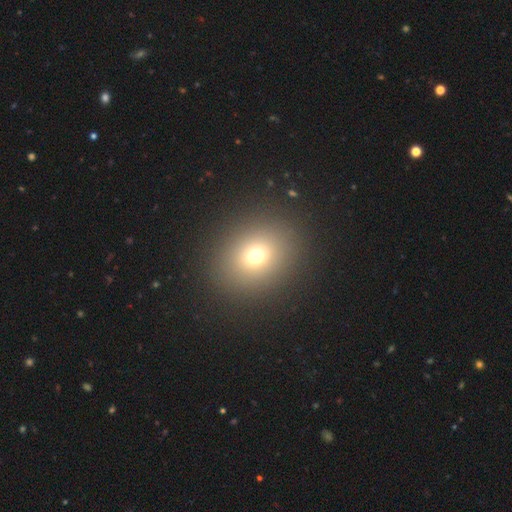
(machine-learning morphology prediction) Smooth or featured? smooth (71%)
How rounded? round (66%)
Merging? none (89%)